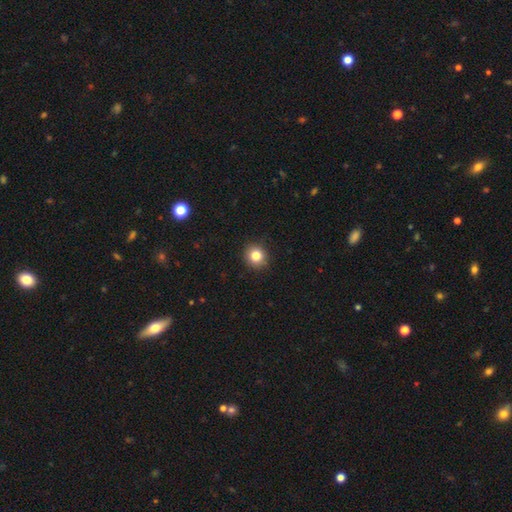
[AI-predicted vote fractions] The model was most divided on "smooth or featured": smooth: 82%, star or artifact: 11%, featured or disk: 7%. More confident: merging — none (91%); how rounded — round (90%).